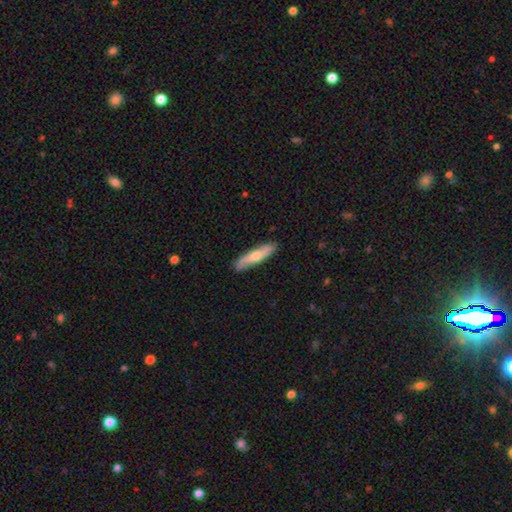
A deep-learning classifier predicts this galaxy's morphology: Smooth or featured? smooth (55%)
How rounded? cigar-shaped (84%)
Merging? none (88%)